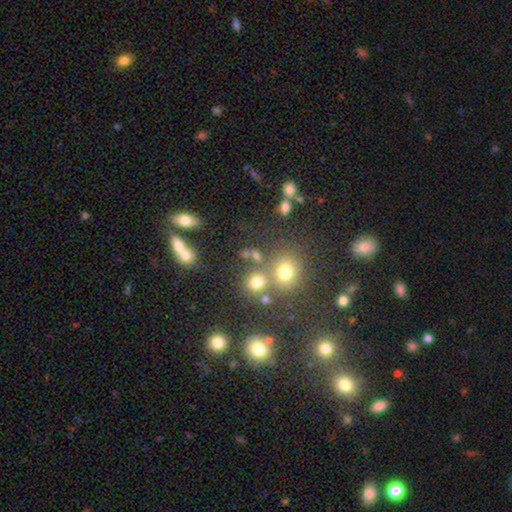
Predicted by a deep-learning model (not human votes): This appears to be a smooth galaxy with no disk features (67%) that is round (73%). Merging: none (59%).